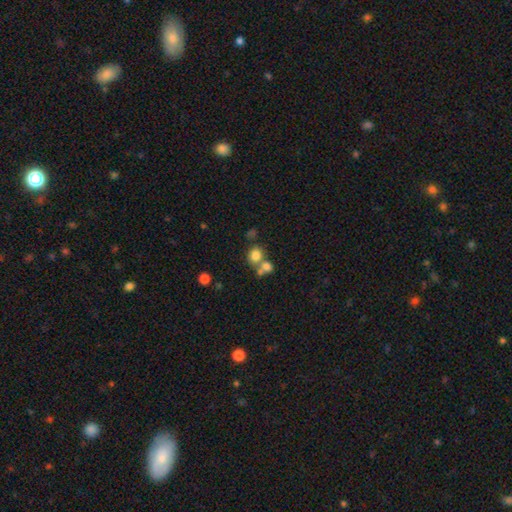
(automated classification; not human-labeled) Q: Smooth or featured?
A: smooth (78%); runner-up: star or artifact (12%)
Q: How rounded?
A: round (70%); runner-up: in between (29%)
Q: Merging?
A: none (49%); runner-up: merger (39%)